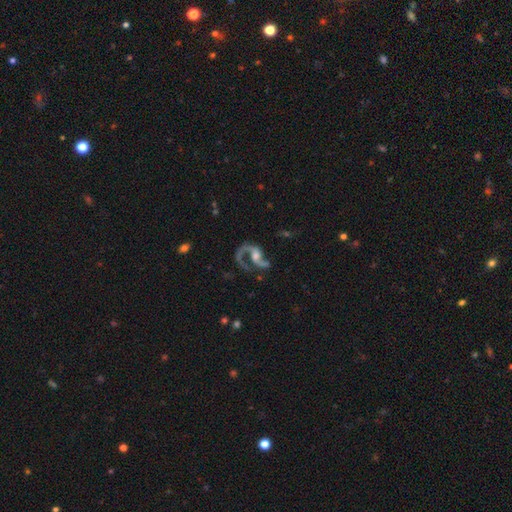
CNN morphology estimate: A featured or disk galaxy (88%) with no bar (48%), 2 (77%) loose (52%) spiral arms (95%) and a moderate central bulge (47%). Merging: none (47%).